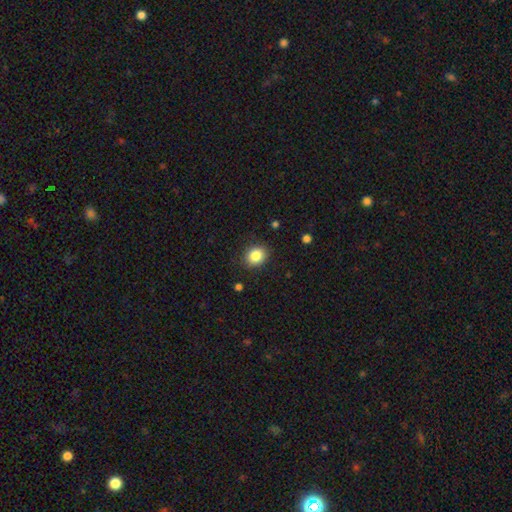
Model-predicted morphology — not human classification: This appears to be a smooth galaxy with no disk features (85%) that is round (62%). Merging: none (88%).